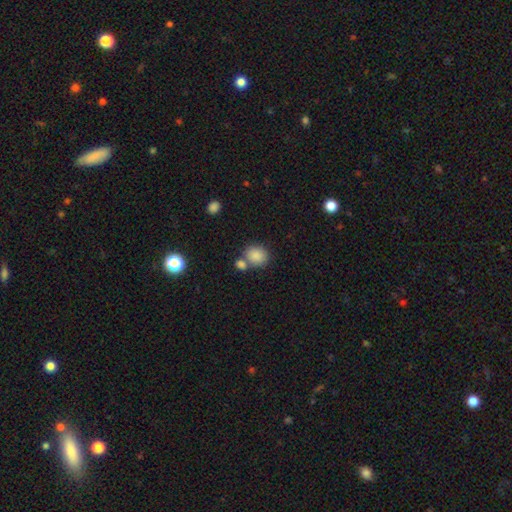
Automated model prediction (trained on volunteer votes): The model was most divided on "merging": none: 52%, merger: 33%, minor disturbance: 11%, major disturbance: 4%. More confident: smooth or featured — smooth (85%); how rounded — round (67%).